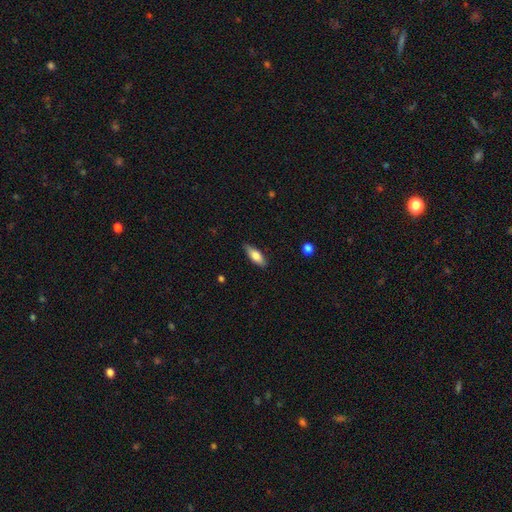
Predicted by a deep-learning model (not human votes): smooth 73%, featured or disk 20%, star or artifact 6%. Down the decision tree: how rounded — in between (68%); merging — none (83%).